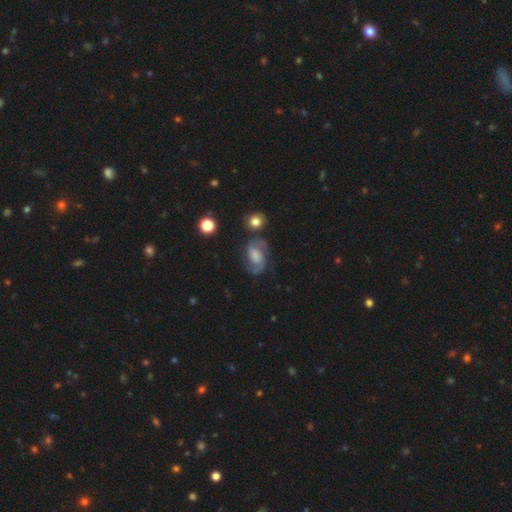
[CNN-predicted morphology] Smooth or featured: featured or disk — 79% (smooth — 14%)
Edge-on disk: no — 98% (yes — 2%)
Bar: no — 45% (weak — 44%)
Spiral arms: yes — 95% (no — 5%)
Spiral winding: medium — 54% (loose — 29%)
Spiral arm count: 2 — 91% (can't tell — 3%)
Bulge size: large — 26% (tied with none — 26%)
Merging: none — 67% (minor disturbance — 18%)